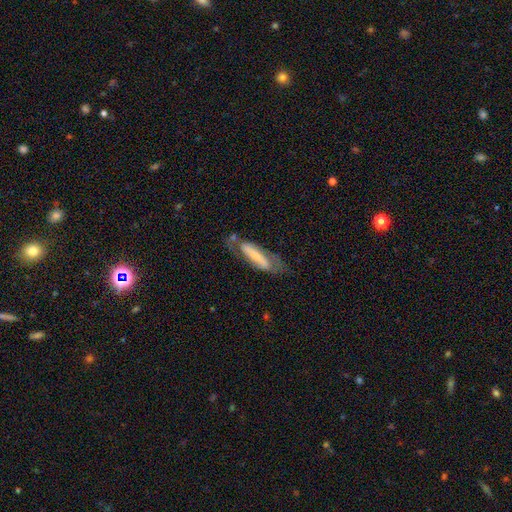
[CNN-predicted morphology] Overall: featured or disk (63%; smooth 31%). Edge-on disk: no (74%). Merging: none (55%; minor disturbance 23%).